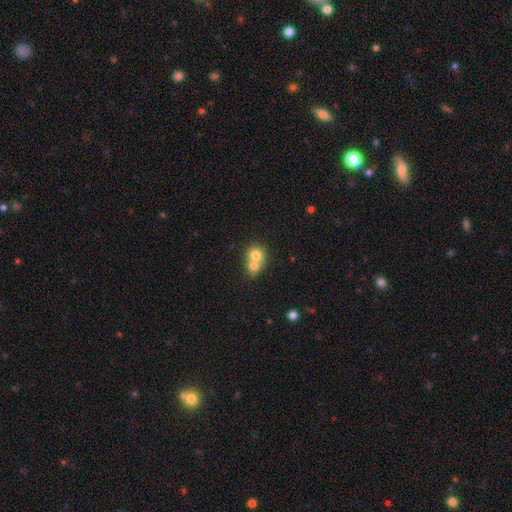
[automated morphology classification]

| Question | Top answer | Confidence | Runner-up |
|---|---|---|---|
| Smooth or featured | smooth | 73% | featured or disk (17%) |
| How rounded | round | 77% | in between (22%) |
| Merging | merger | 67% | none (26%) |